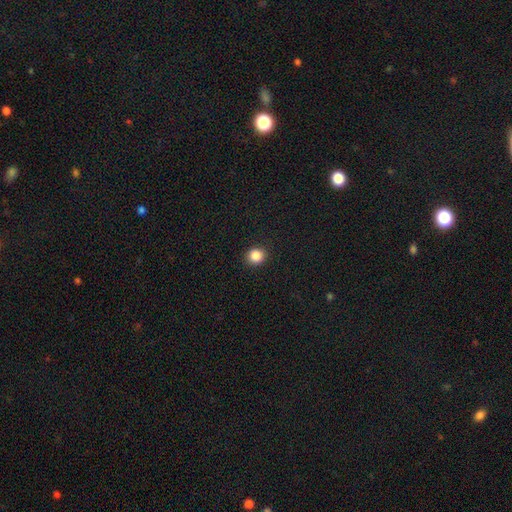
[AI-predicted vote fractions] The model was most divided on "how rounded": round: 87%, in between: 12%, cigar-shaped: 1%. More confident: merging — none (92%); smooth or featured — smooth (86%).